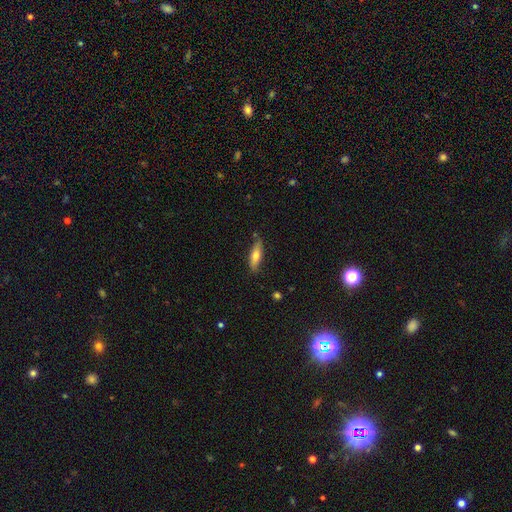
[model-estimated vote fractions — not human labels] A smooth galaxy with no disk features (65%) that is cigar-shaped (53%). Merging: none (77%).